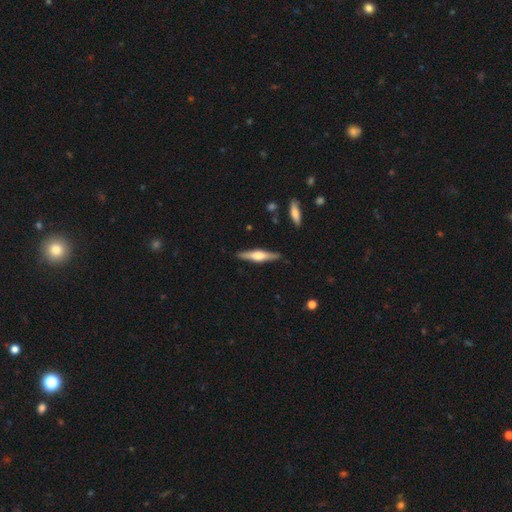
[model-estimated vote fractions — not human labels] smooth_or_featured: featured or disk (p=0.63) [alt: smooth p=0.32]
disk_edge_on: yes (p=0.97) [alt: no p=0.03]
edge_on_bulge: rounded (p=0.83) [alt: boxy p=0.13]
merging: none (p=0.88) [alt: minor disturbance p=0.08]